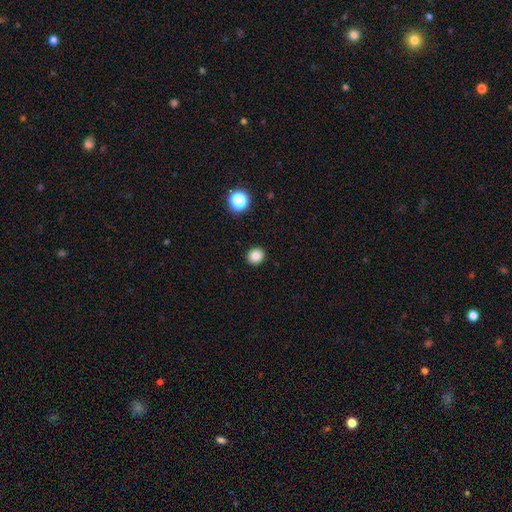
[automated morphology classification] Q: Smooth or featured?
A: smooth (83%); runner-up: star or artifact (12%)
Q: How rounded?
A: round (77%); runner-up: in between (23%)
Q: Merging?
A: none (91%); runner-up: minor disturbance (6%)